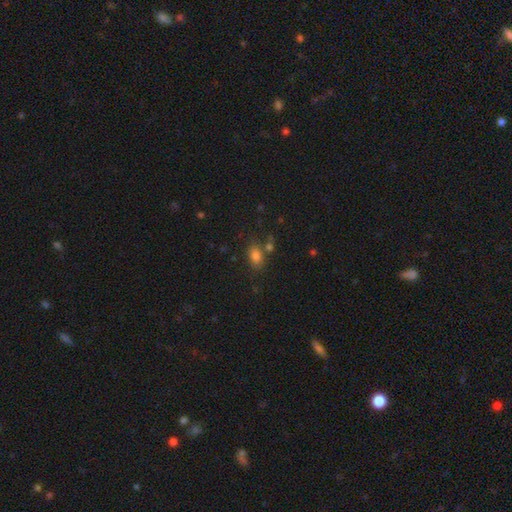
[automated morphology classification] type=smooth (81%); roundness=in between (81%); merging=none (68%).